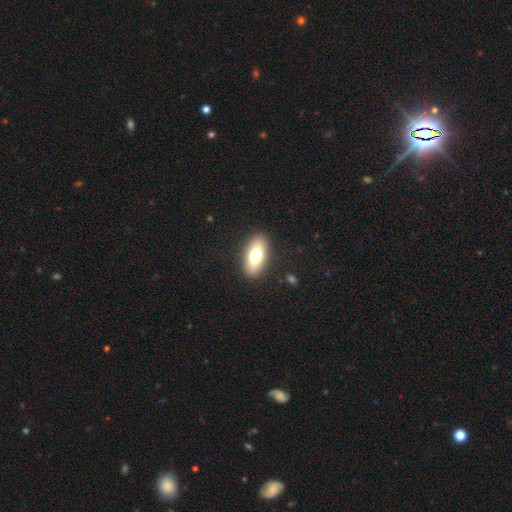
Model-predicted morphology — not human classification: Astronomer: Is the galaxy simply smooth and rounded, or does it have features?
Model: smooth — 74%.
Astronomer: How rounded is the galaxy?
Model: in between — 85%.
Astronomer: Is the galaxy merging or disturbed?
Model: none — 89%.